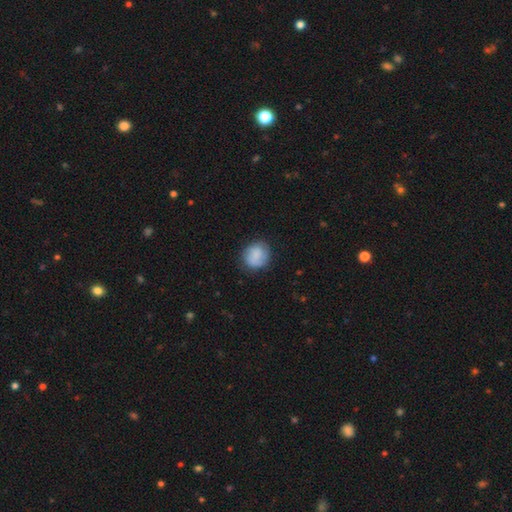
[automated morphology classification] Smooth or featured?
  - smooth: 82% *
  - featured or disk: 10%
  - star or artifact: 7%
How rounded?
  - round: 79% *
  - in between: 20%
  - cigar-shaped: 1%
Merging?
  - none: 76% *
  - minor disturbance: 17%
  - major disturbance: 5%
  - merger: 1%